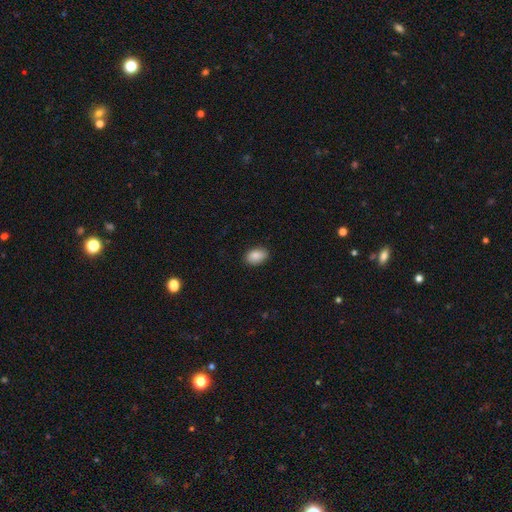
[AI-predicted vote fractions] smooth-or-featured: smooth: 88% | star or artifact: 7% | featured or disk: 4%
  how-rounded: in between: 88% | round: 11% | cigar-shaped: 1%
  merging: none: 87% | minor disturbance: 10% | major disturbance: 2% | merger: 1%